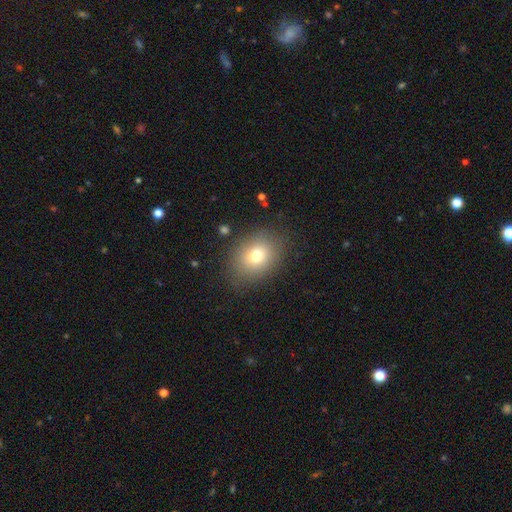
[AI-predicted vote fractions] Smooth or featured? Predicted: smooth (p=0.74). How rounded? Predicted: in between (p=0.54). Merging? Predicted: none (p=0.83).